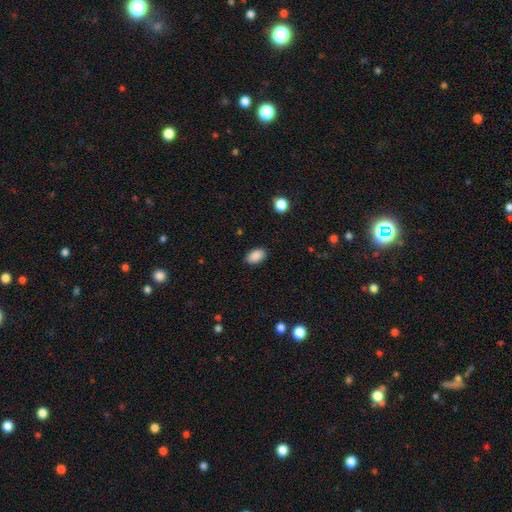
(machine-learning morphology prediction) Q: Smooth or featured?
A: smooth (89%); runner-up: star or artifact (8%)
Q: How rounded?
A: in between (90%); runner-up: round (9%)
Q: Merging?
A: none (86%); runner-up: minor disturbance (10%)